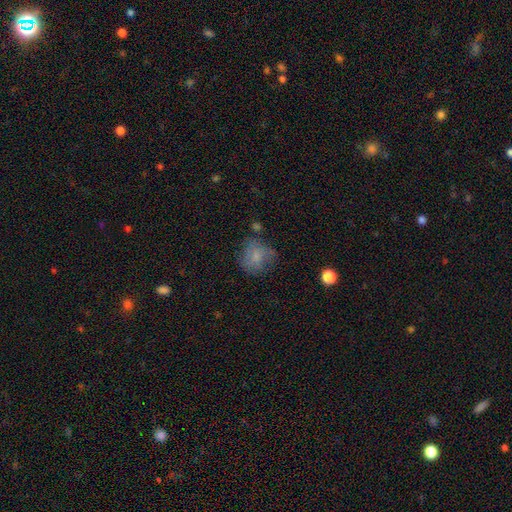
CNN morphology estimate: Q: Smooth or featured?
A: smooth (67%); runner-up: featured or disk (23%)
Q: How rounded?
A: round (70%); runner-up: in between (29%)
Q: Merging?
A: none (54%); runner-up: minor disturbance (26%)